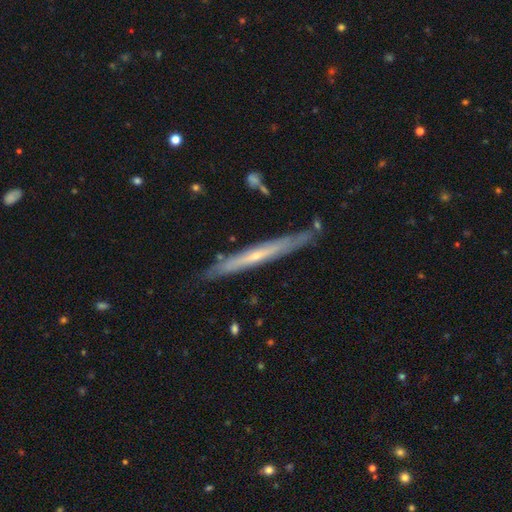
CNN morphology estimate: The model was most divided on "edge-on bulge": none: 51%, rounded: 46%, boxy: 3%. More confident: edge-on disk — yes (90%); merging — none (82%); smooth or featured — featured or disk (69%).